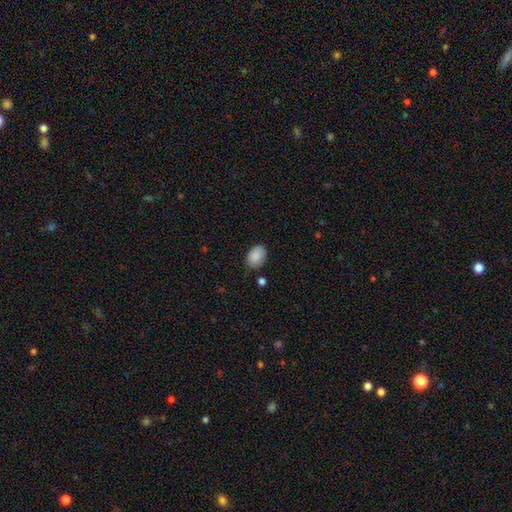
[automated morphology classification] Smooth or featured?
  - smooth: 88% *
  - star or artifact: 7%
  - featured or disk: 5%
How rounded?
  - in between: 80% *
  - round: 19%
  - cigar-shaped: 1%
Merging?
  - none: 75% *
  - minor disturbance: 19%
  - major disturbance: 4%
  - merger: 3%